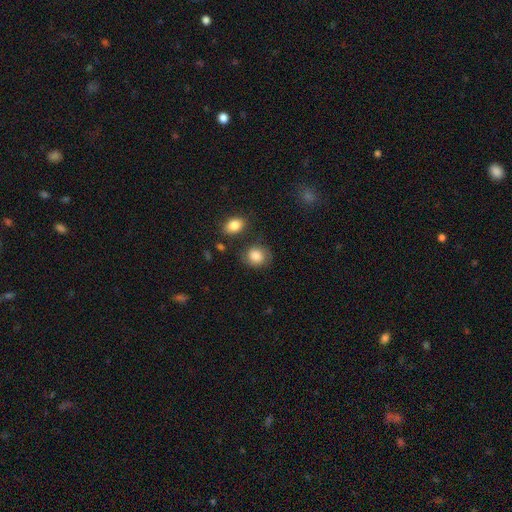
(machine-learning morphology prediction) Q: Smooth or featured?
A: smooth (79%); runner-up: featured or disk (13%)
Q: How rounded?
A: round (71%); runner-up: in between (28%)
Q: Merging?
A: none (70%); runner-up: minor disturbance (19%)